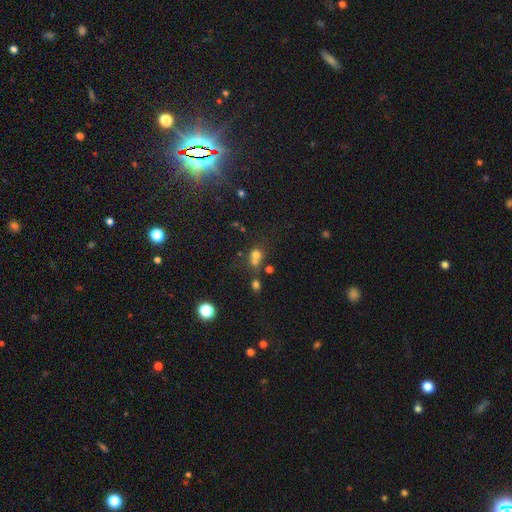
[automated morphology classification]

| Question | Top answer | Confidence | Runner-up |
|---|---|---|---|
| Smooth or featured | smooth | 65% | star or artifact (21%) |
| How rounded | round | 75% | in between (23%) |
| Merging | merger | 48% | none (36%) |